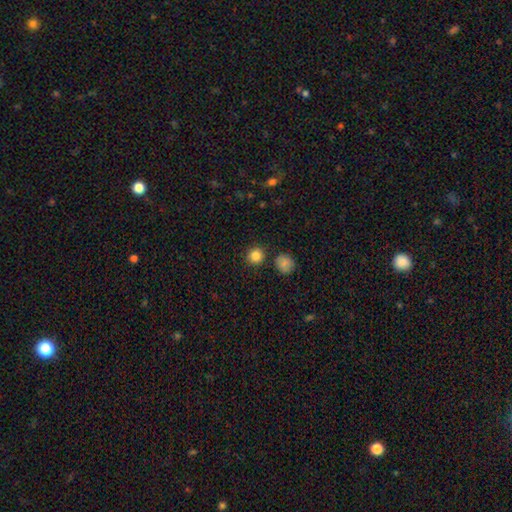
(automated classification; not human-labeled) Smooth or featured: smooth — 85% (star or artifact — 11%)
How rounded: round — 92% (in between — 7%)
Merging: none — 87% (minor disturbance — 6%)